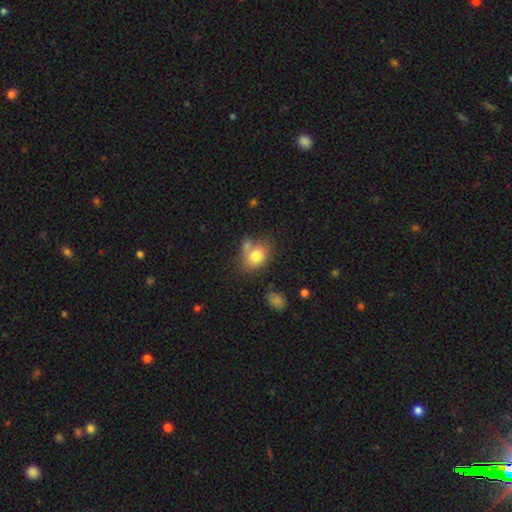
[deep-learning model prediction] Q: Smooth or featured?
A: smooth (78%); runner-up: featured or disk (12%)
Q: How rounded?
A: in between (59%); runner-up: round (40%)
Q: Merging?
A: none (48%); runner-up: merger (23%)